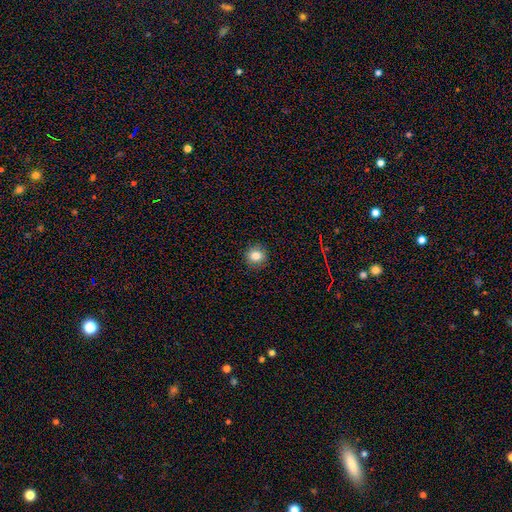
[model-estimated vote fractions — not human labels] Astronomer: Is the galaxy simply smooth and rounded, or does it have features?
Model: smooth — 83%.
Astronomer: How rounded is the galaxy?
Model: round — 88%.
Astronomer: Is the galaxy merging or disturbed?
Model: none — 90%.